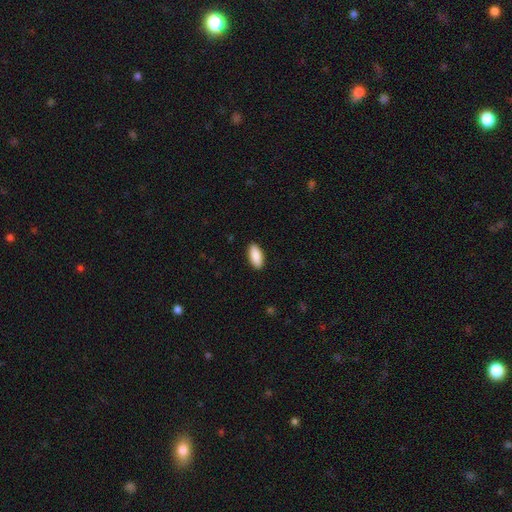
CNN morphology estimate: smooth_or_featured: smooth (p=0.89) [alt: star or artifact p=0.06]
how_rounded: in between (p=0.88) [alt: cigar-shaped p=0.10]
merging: none (p=0.90) [alt: minor disturbance p=0.07]